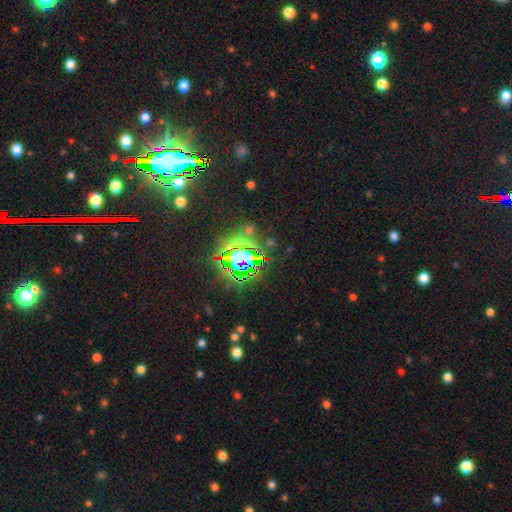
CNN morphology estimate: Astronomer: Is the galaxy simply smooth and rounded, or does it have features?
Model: star or artifact — 83%.